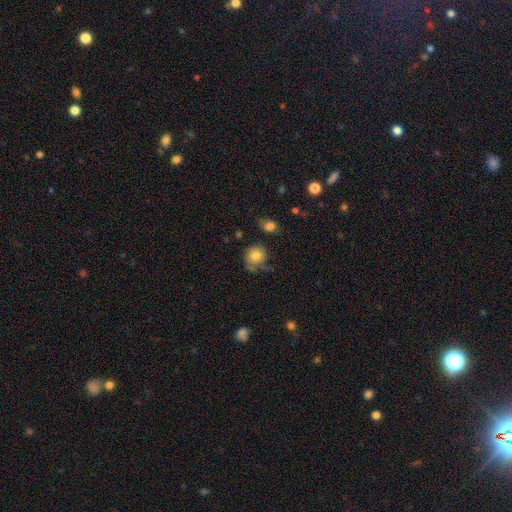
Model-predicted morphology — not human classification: smooth_or_featured: smooth (p=0.73) [alt: featured or disk p=0.18]
how_rounded: round (p=0.83) [alt: in between p=0.16]
merging: none (p=0.52) [alt: minor disturbance p=0.26]